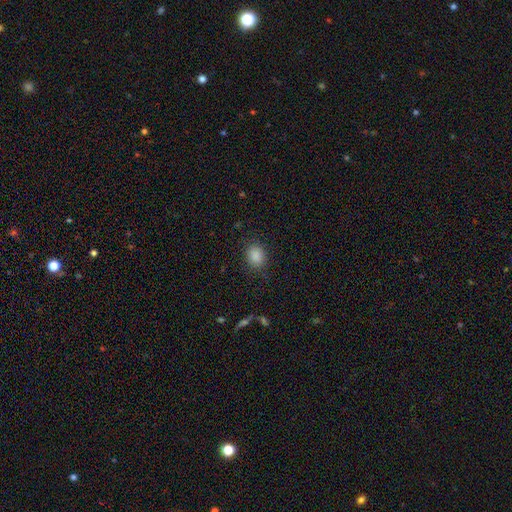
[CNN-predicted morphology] type=smooth (87%); roundness=round (54%); merging=none (85%).